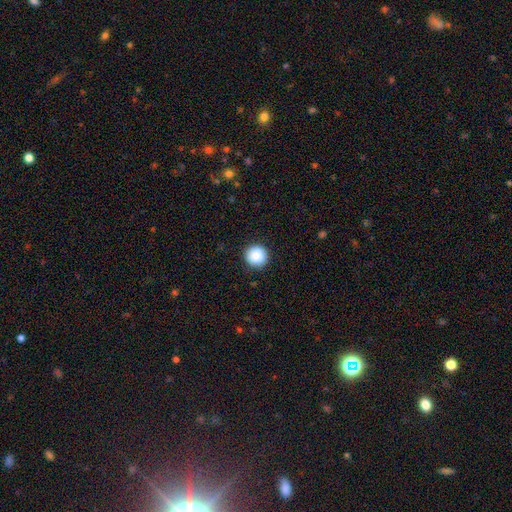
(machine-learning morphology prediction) A smooth galaxy with no disk features (88%) that is round (96%). Merging: none (92%).